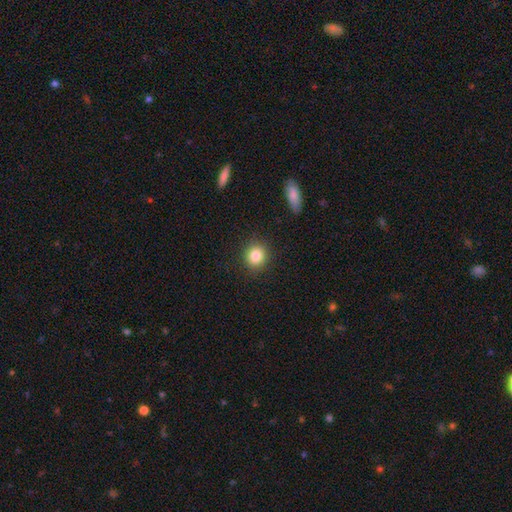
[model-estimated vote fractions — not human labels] smooth-or-featured: smooth: 84% | star or artifact: 10% | featured or disk: 6%
  how-rounded: round: 83% | in between: 16% | cigar-shaped: 1%
  merging: none: 90% | minor disturbance: 7% | major disturbance: 2% | merger: 1%